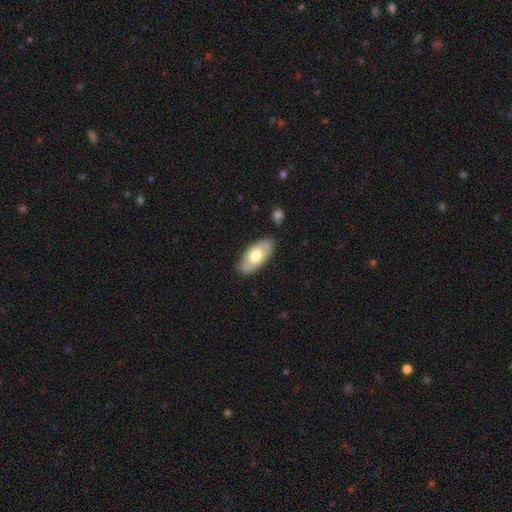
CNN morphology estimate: The model was most divided on "smooth or featured": smooth: 53%, featured or disk: 42%, star or artifact: 5%. More confident: how rounded — in between (92%); merging — none (79%).